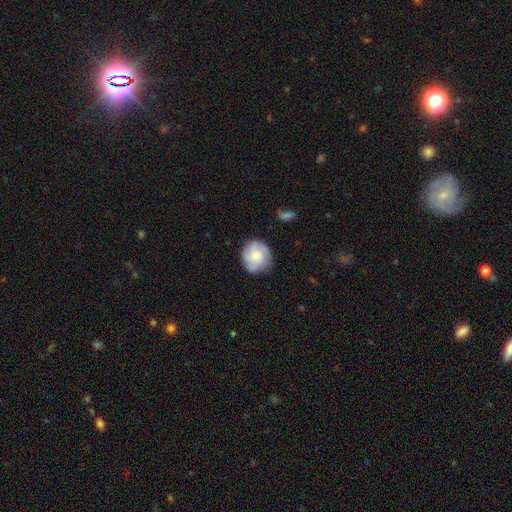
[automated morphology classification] This is possibly a smooth galaxy (55%). How rounded: clearly round (84%). Merging: likely none (79%).